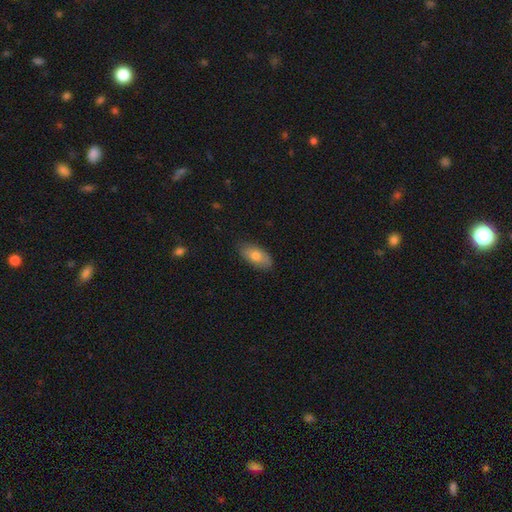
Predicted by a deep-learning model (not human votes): This appears to be a smooth galaxy with no disk features (75%) that is in between round and cigar-shaped (91%). Merging: none (82%).